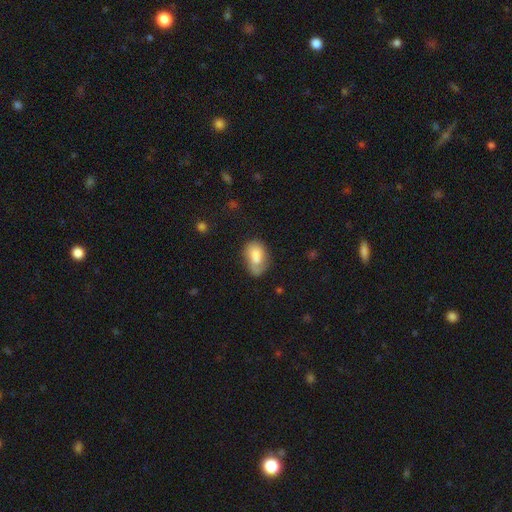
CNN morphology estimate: Overall: smooth (71%). How rounded: in between (83%). Merging: none (35%; merger 31%).